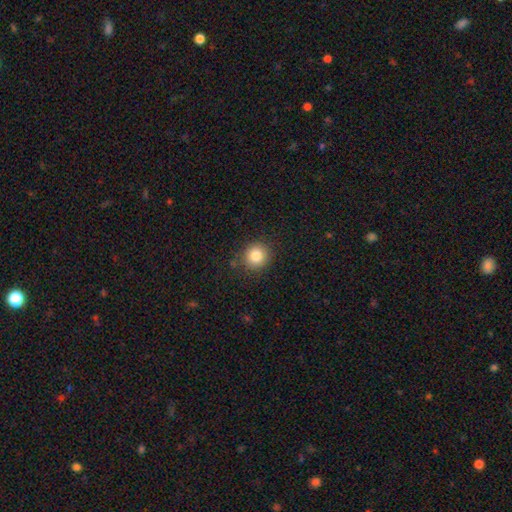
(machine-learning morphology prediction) Smooth or featured? smooth (82%)
How rounded? round (91%)
Merging? none (88%)